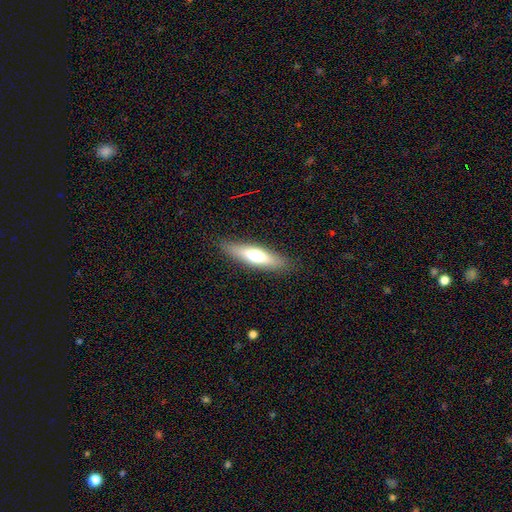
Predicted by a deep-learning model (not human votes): Smooth or featured?
  - smooth: 57% *
  - featured or disk: 37%
  - star or artifact: 6%
How rounded?
  - cigar-shaped: 71% *
  - in between: 27%
  - round: 2%
Merging?
  - none: 87% *
  - minor disturbance: 10%
  - major disturbance: 2%
  - merger: 1%